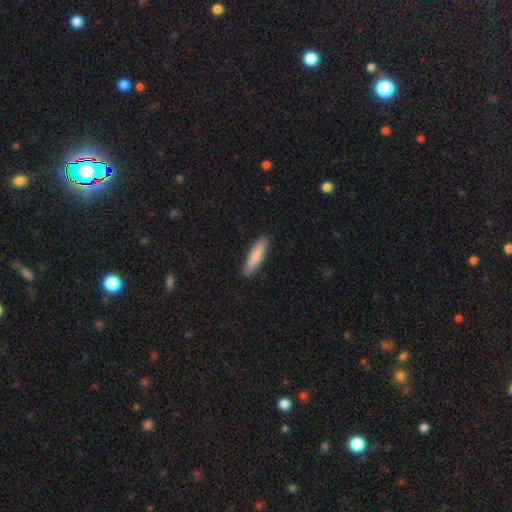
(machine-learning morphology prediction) smooth-or-featured: smooth: 80% | featured or disk: 15% | star or artifact: 5%
  how-rounded: cigar-shaped: 77% | in between: 21% | round: 1%
  merging: none: 88% | minor disturbance: 9% | major disturbance: 2% | merger: 1%